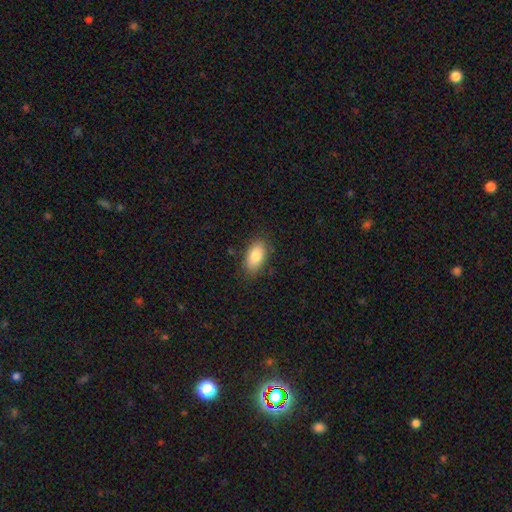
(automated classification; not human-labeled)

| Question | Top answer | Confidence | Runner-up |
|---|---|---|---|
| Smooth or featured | smooth | 84% | featured or disk (9%) |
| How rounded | in between | 92% | round (5%) |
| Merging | none | 83% | minor disturbance (13%) |